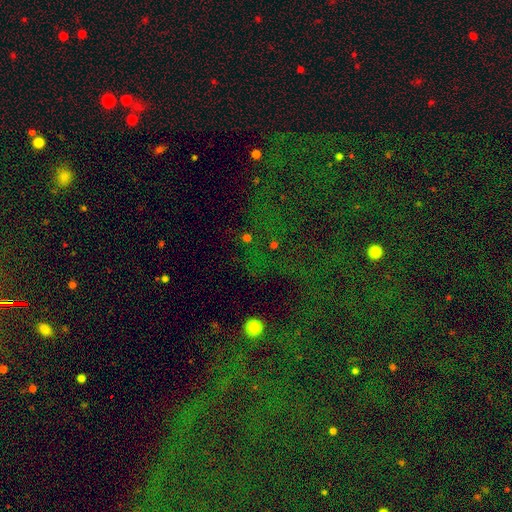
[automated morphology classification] Smooth or featured: star or artifact — 74% (smooth — 16%)